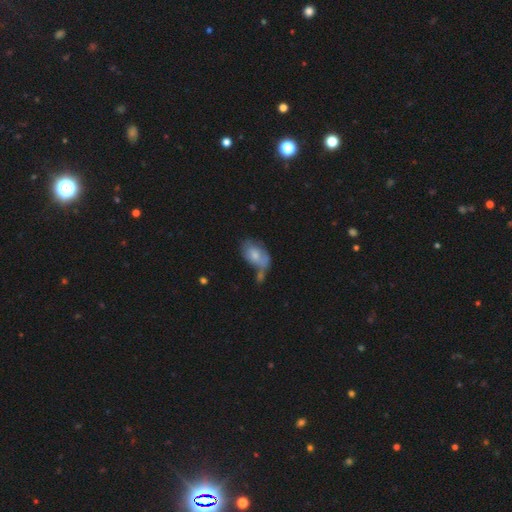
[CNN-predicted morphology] smooth_or_featured: smooth (p=0.67) [alt: featured or disk p=0.26]
how_rounded: in between (p=0.89) [alt: round p=0.09]
merging: none (p=0.34) [alt: minor disturbance p=0.26]